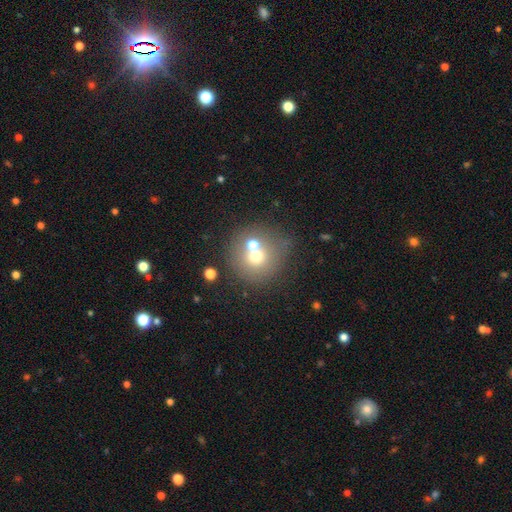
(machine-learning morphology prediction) smooth-or-featured: smooth: 64% | featured or disk: 22% | star or artifact: 14%
  how-rounded: round: 92% | in between: 7% | cigar-shaped: 1%
  merging: none: 56% | merger: 30% | minor disturbance: 9% | major disturbance: 4%